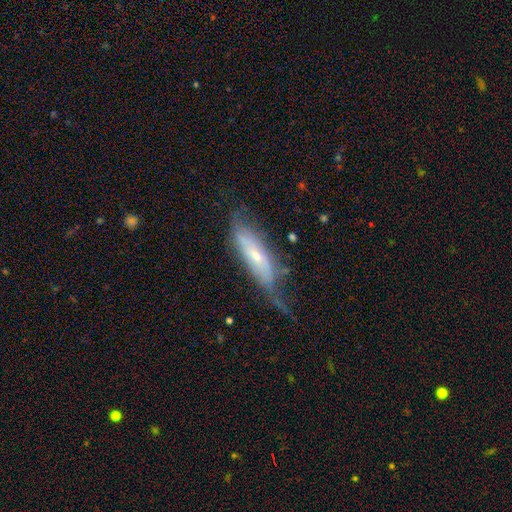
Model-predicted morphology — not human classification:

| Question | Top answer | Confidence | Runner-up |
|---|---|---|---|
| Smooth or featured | featured or disk | 53% | smooth (40%) |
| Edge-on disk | no | 59% | yes (41%) |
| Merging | none | 38% | minor disturbance (33%) |